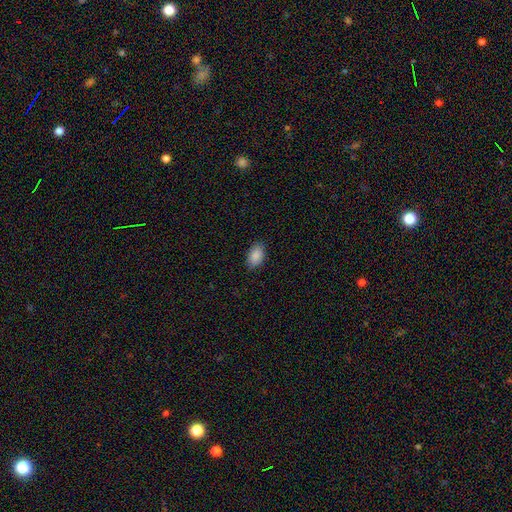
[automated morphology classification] Smooth or featured? smooth (89%)
How rounded? in between (91%)
Merging? none (86%)